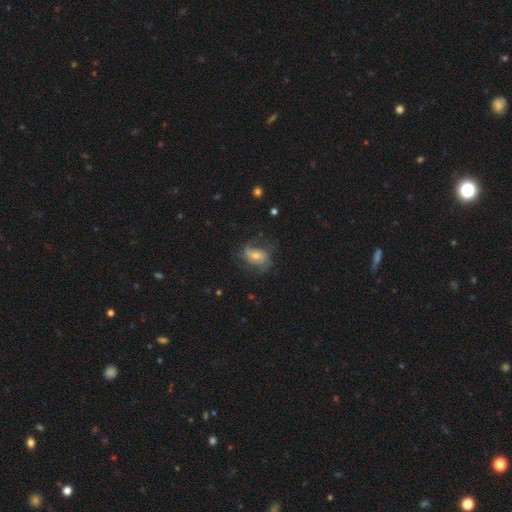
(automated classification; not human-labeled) A featured or disk galaxy (72%) with no bar (42%), 2 (57%) medium (42%) spiral arms (90%) and a moderate central bulge (50%). Merging: none (60%).